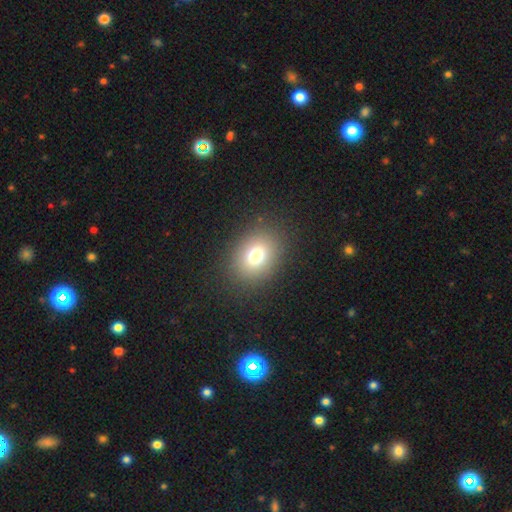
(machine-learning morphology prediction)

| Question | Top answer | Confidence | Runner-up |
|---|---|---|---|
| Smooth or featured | smooth | 75% | star or artifact (14%) |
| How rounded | in between | 59% | round (40%) |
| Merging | none | 87% | minor disturbance (8%) |